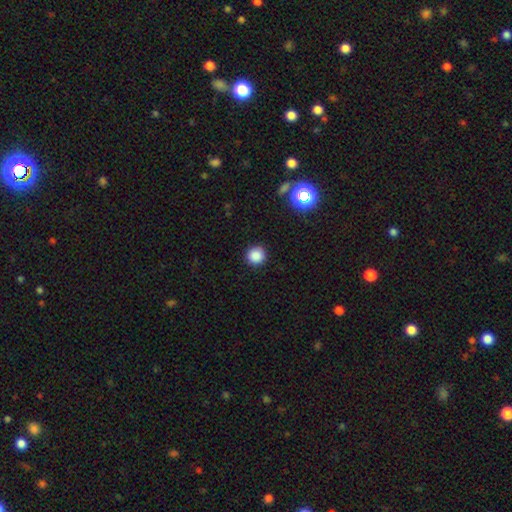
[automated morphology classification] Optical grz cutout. It shows a smooth galaxy with no disk features (85%) that is round (94%). Merging: none (91%).